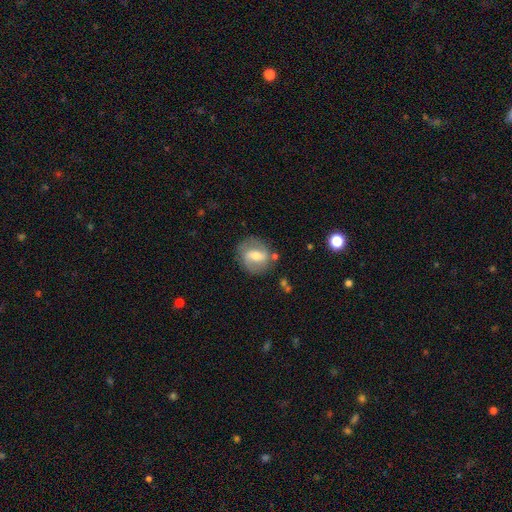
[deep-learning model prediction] This is likely a featured or disk galaxy (63%). It is clearly not viewed edge-on (96%). Bar: possibly weak (45%). Spiral arm pattern: likely yes (79%). Central bulge: possibly moderate (59%). Merging: likely none (76%).